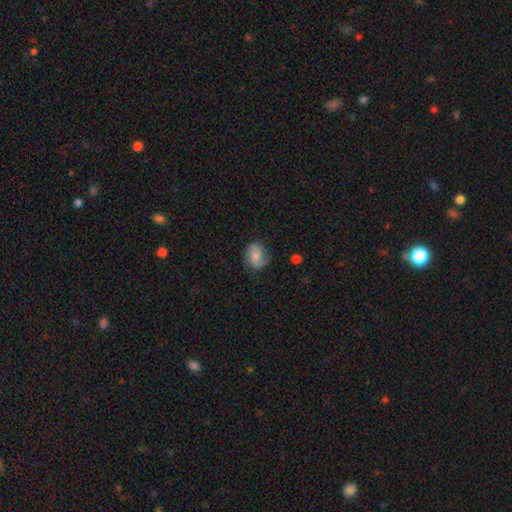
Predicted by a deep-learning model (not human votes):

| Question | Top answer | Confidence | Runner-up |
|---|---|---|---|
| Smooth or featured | featured or disk | 60% | smooth (32%) |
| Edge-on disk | no | 98% | yes (2%) |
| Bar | no | 54% | weak (37%) |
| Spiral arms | yes | 93% | no (7%) |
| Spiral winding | medium | 46% | loose (31%) |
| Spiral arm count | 2 | 87% | can't tell (6%) |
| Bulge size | moderate | 39% | small (31%) |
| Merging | none | 75% | minor disturbance (17%) |